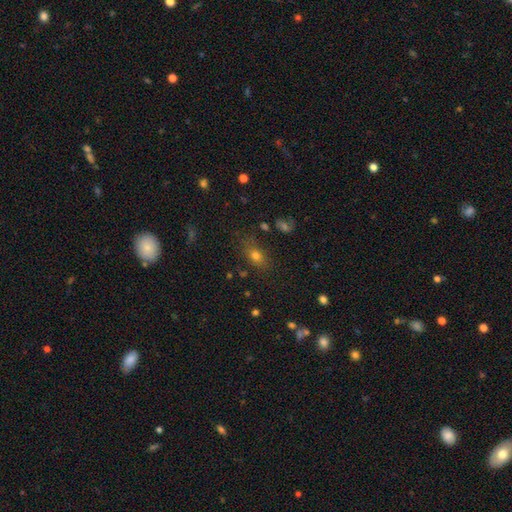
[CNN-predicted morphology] The model was most divided on "how rounded": in between: 68%, round: 26%, cigar-shaped: 5%. More confident: merging — none (74%); smooth or featured — smooth (69%).